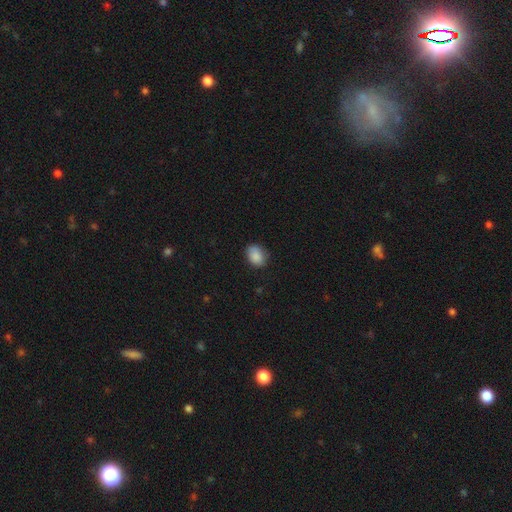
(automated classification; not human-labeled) Smooth or featured? Predicted: smooth (p=0.88). How rounded? Predicted: in between (p=0.68). Merging? Predicted: none (p=0.80).